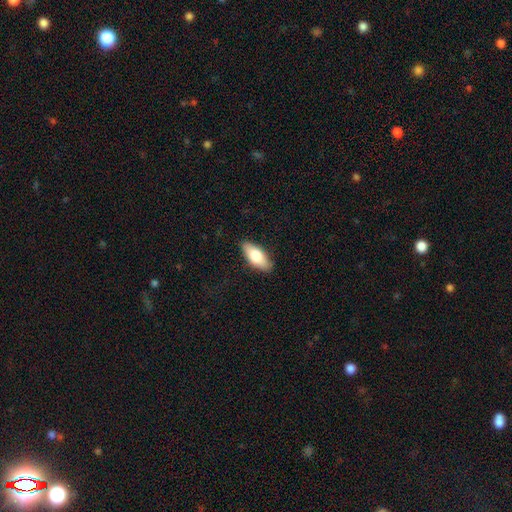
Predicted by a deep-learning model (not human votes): smooth 73%, featured or disk 21%, star or artifact 6%. Down the decision tree: how rounded — in between (82%); merging — none (86%).